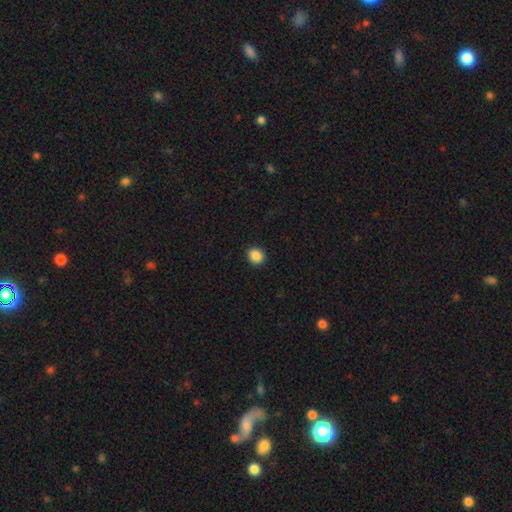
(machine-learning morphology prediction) smooth 88%, star or artifact 9%, featured or disk 3%. Down the decision tree: how rounded — round (77%); merging — none (91%).